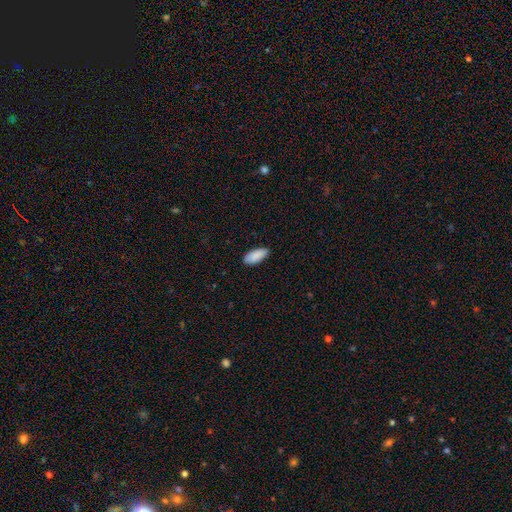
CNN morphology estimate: Smooth or featured? smooth (89%)
How rounded? in between (86%)
Merging? none (84%)